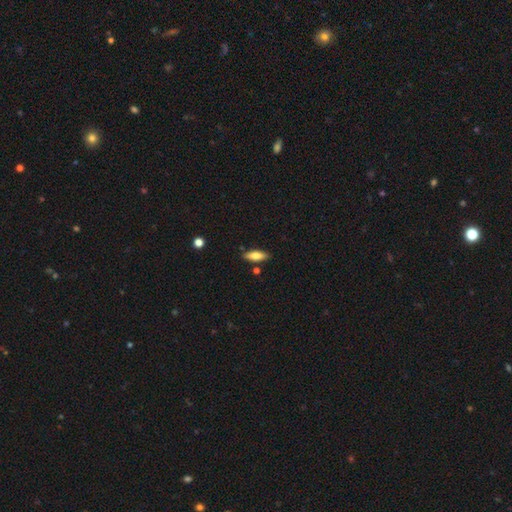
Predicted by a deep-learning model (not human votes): Overall: smooth (77%). How rounded: in between (64%; cigar-shaped 34%). Merging: none (84%).